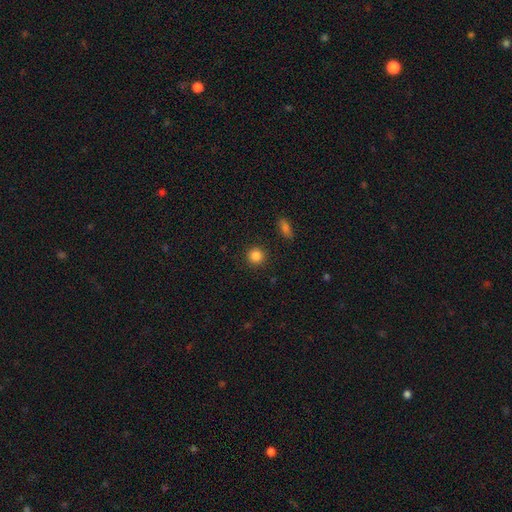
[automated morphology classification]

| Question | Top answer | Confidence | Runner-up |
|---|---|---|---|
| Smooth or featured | smooth | 86% | star or artifact (11%) |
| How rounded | round | 93% | in between (6%) |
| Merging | none | 91% | minor disturbance (5%) |